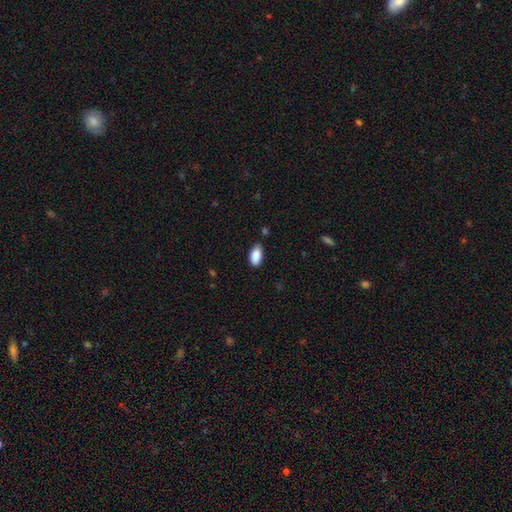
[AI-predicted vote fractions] A smooth galaxy with no disk features (89%) that is in between round and cigar-shaped (94%). Merging: none (78%).